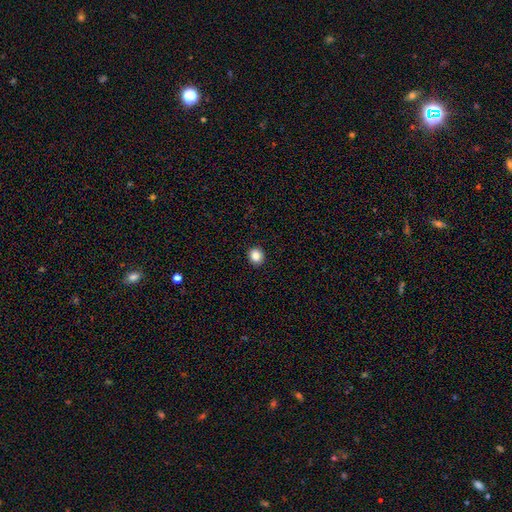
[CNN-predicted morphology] Overall: smooth (86%). How rounded: round (84%). Merging: none (93%).